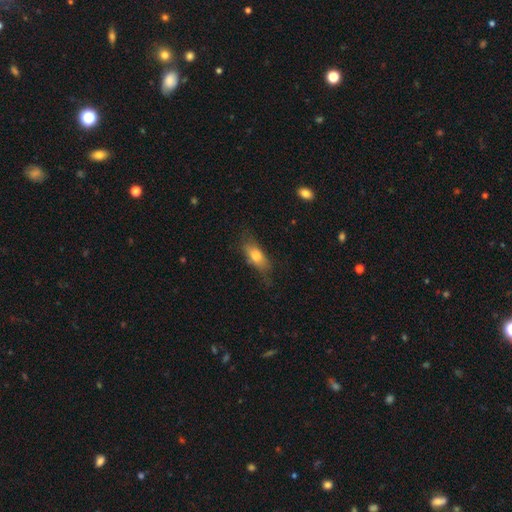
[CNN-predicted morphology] type=smooth (72%); roundness=in between (70%); merging=none (66%).